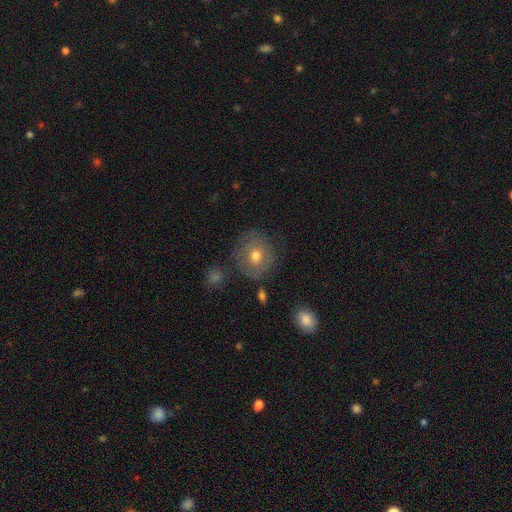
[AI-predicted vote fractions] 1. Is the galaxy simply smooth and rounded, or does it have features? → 59% smooth, 32% featured or disk, 9% star or artifact.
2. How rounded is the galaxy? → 84% round, 15% in between, 1% cigar-shaped.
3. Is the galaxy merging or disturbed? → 74% none, 17% minor disturbance, 6% major disturbance, 3% merger.